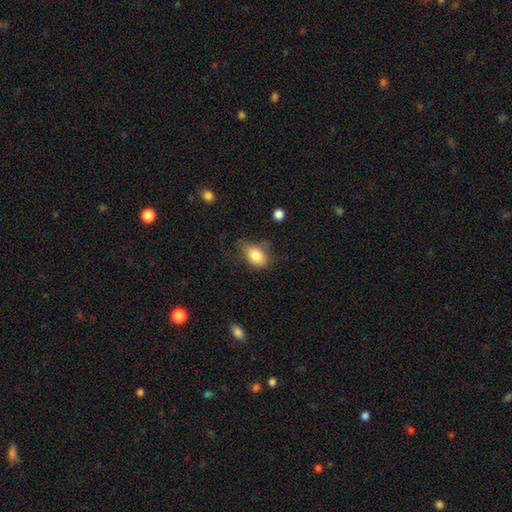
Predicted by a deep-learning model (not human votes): A smooth galaxy with no disk features (82%) that is in between round and cigar-shaped (77%).

Vote fractions:
- Smooth or featured? smooth: 82% / featured or disk: 9% / star or artifact: 9%
- How rounded? in between: 77% / round: 21% / cigar-shaped: 2%
- Merging? none: 50% / minor disturbance: 35% / major disturbance: 12% / merger: 3%